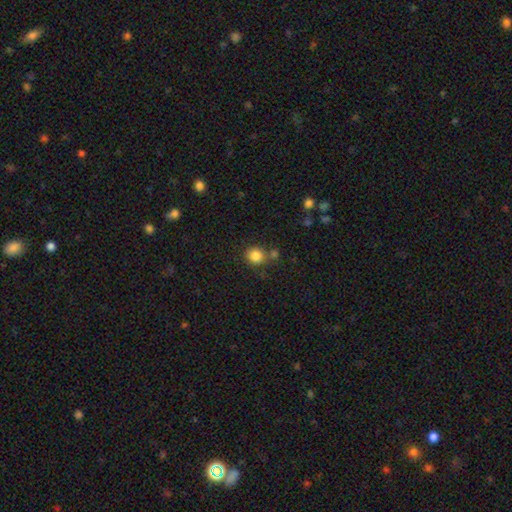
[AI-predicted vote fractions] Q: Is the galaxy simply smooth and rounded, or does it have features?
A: smooth — 84%.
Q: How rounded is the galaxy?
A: round — 84%.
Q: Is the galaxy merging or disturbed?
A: none — 71%.